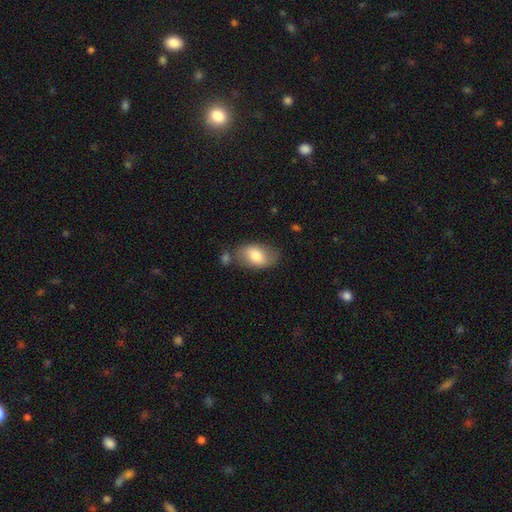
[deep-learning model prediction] smooth_or_featured: smooth (p=0.75) [alt: featured or disk p=0.19]
how_rounded: in between (p=0.90) [alt: round p=0.08]
merging: none (p=0.67) [alt: minor disturbance p=0.19]